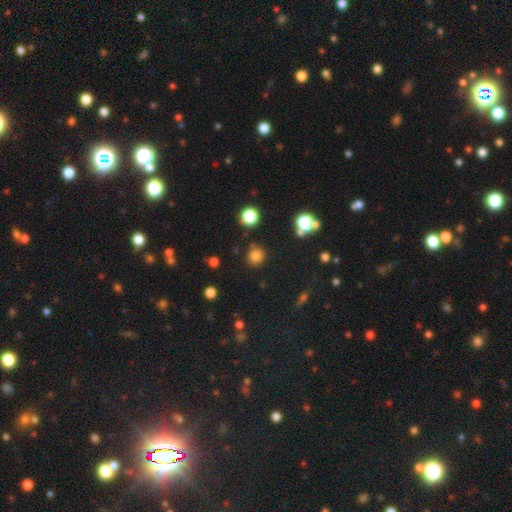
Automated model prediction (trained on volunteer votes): smooth 78%, star or artifact 17%, featured or disk 5%. Down the decision tree: how rounded — round (90%); merging — none (84%).